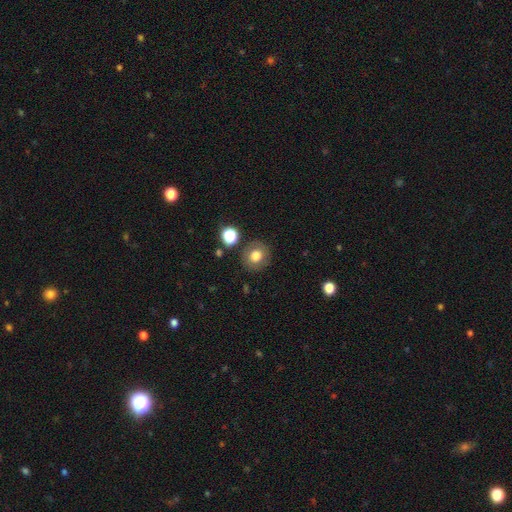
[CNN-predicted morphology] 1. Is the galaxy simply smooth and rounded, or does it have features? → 72% smooth, 17% featured or disk, 11% star or artifact.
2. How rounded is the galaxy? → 85% round, 14% in between, 1% cigar-shaped.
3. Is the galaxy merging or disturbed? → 84% none, 9% minor disturbance, 3% major disturbance, 3% merger.